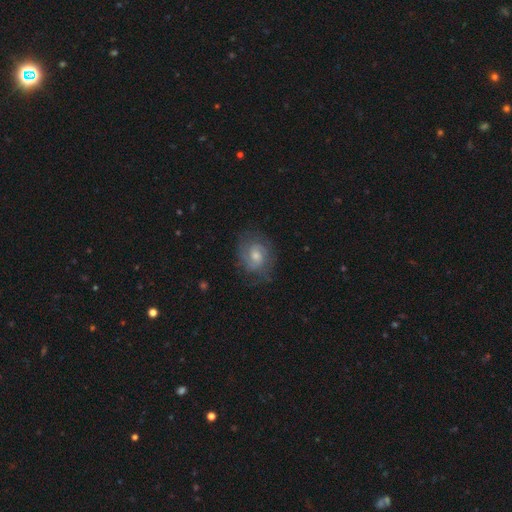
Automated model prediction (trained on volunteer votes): smooth_or_featured: featured or disk (p=0.65) [alt: smooth p=0.25]
disk_edge_on: no (p=0.97) [alt: yes p=0.03]
bar: no (p=0.52) [alt: weak p=0.41]
has_spiral_arms: yes (p=0.88) [alt: no p=0.12]
spiral_winding: tight (p=0.45) [alt: medium p=0.41]
spiral_arm_count: 2 (p=0.62) [alt: can't tell p=0.24]
bulge_size: moderate (p=0.58) [alt: small p=0.32]
merging: none (p=0.74) [alt: minor disturbance p=0.17]